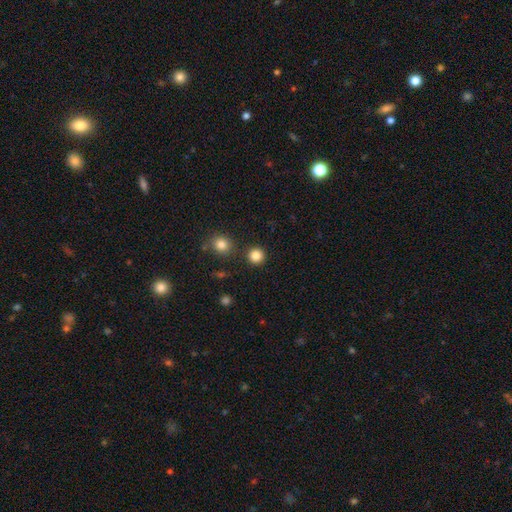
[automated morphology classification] A smooth galaxy with no disk features (85%) that is round (94%).

Vote fractions:
- Smooth or featured? smooth: 85% / star or artifact: 12% / featured or disk: 4%
- How rounded? round: 94% / in between: 5% / cigar-shaped: 1%
- Merging? none: 89% / minor disturbance: 5% / merger: 4% / major disturbance: 2%